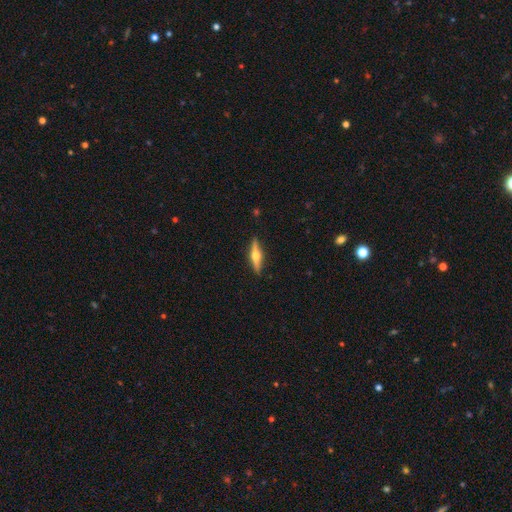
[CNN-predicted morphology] This appears to be a featured or disk galaxy (68%) viewed edge-on (97%) with a rounded central bulge (96%). Merging: none (90%).